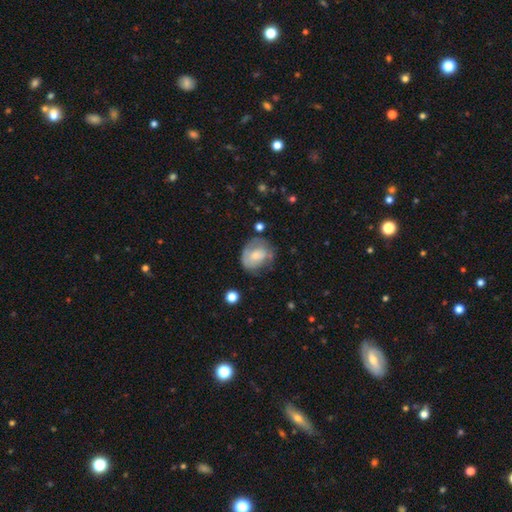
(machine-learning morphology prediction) smooth 54%, featured or disk 38%, star or artifact 8%. Down the decision tree: how rounded — round (55%); merging — none (50%).